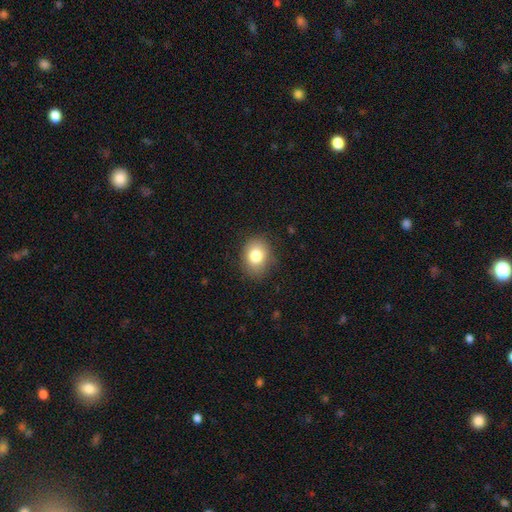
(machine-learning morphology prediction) The model was most divided on "how rounded": round: 51%, in between: 48%, cigar-shaped: 1%. More confident: merging — none (84%); smooth or featured — smooth (81%).